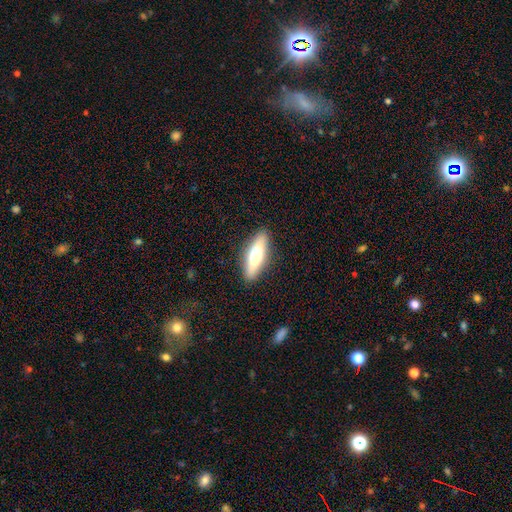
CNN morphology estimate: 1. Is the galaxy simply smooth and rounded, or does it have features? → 59% smooth, 34% featured or disk, 6% star or artifact.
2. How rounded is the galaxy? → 57% cigar-shaped, 41% in between, 2% round.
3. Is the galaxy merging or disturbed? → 88% none, 9% minor disturbance, 2% major disturbance, 1% merger.